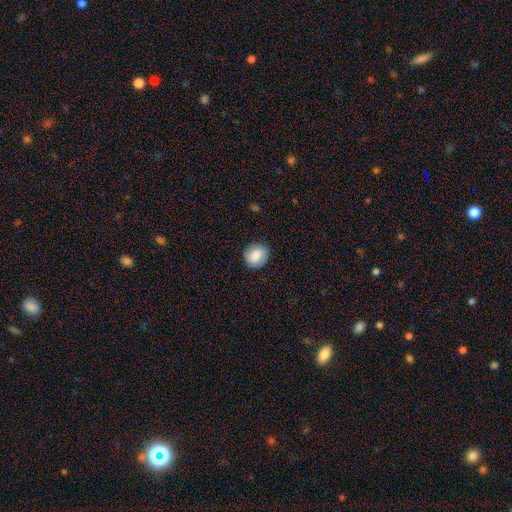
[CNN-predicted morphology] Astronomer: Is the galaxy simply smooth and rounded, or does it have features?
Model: smooth — 78%.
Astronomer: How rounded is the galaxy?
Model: round — 75%.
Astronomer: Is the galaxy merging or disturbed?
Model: none — 85%.